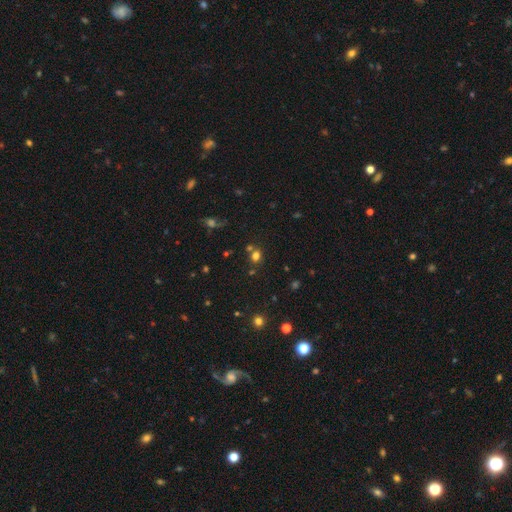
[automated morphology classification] Smooth or featured: smooth — 69% (star or artifact — 23%)
How rounded: round — 70% (in between — 29%)
Merging: none — 65% (merger — 22%)